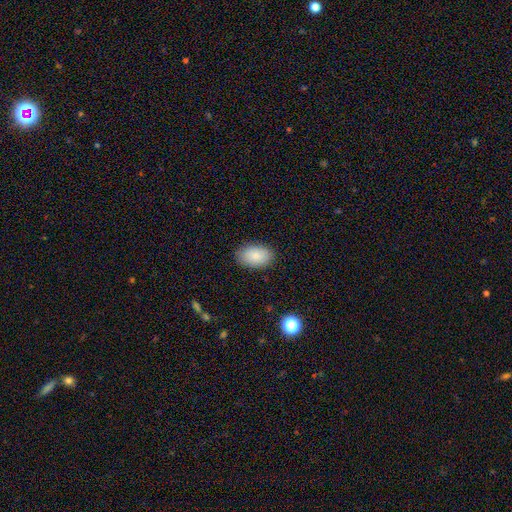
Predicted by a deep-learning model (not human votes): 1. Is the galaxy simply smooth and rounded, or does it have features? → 86% smooth, 7% featured or disk, 7% star or artifact.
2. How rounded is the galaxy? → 90% in between, 9% round, 1% cigar-shaped.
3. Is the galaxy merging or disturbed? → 87% none, 9% minor disturbance, 2% major disturbance, 1% merger.